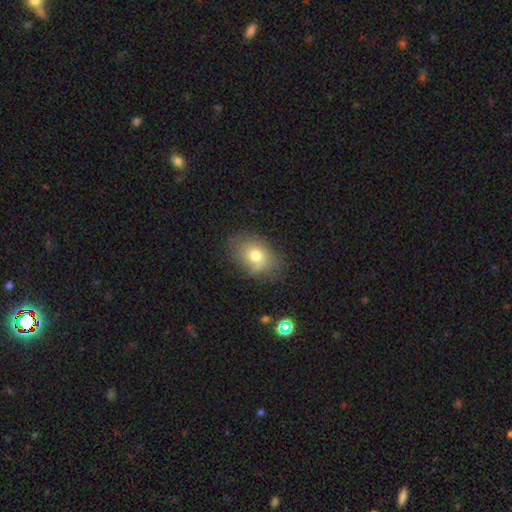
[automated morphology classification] This is likely a smooth galaxy (62%). How rounded: likely in between (71%). Merging: likely none (61%).